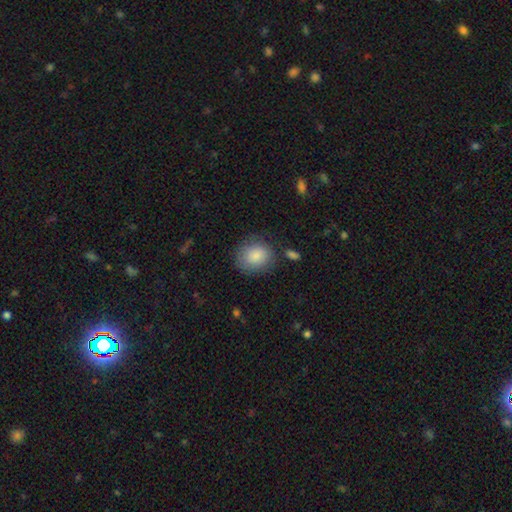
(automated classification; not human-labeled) A smooth galaxy with no disk features (84%) that is round (68%). Merging: none (73%).